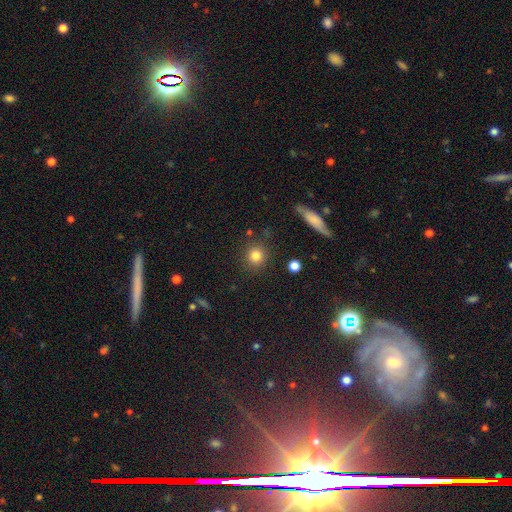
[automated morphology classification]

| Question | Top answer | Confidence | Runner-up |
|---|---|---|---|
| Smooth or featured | smooth | 83% | star or artifact (11%) |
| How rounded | round | 90% | in between (9%) |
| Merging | none | 87% | minor disturbance (8%) |